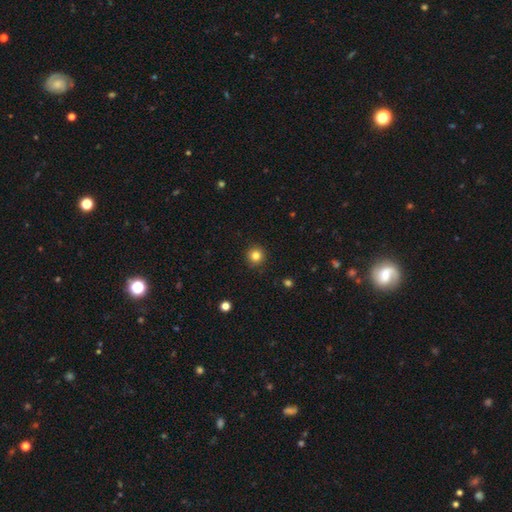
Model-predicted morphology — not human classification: This is clearly a smooth galaxy (83%). How rounded: clearly round (95%). Merging: clearly none (92%).